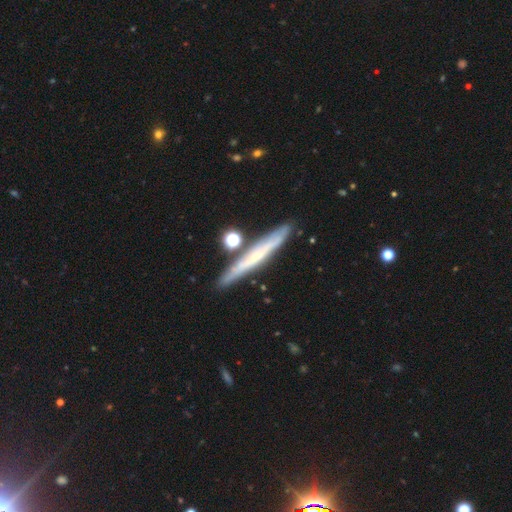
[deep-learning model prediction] This is possibly a featured or disk galaxy (56%). It is clearly viewed edge-on (91%). Edge-on bulge: likely none (66%). Merging: clearly none (80%).